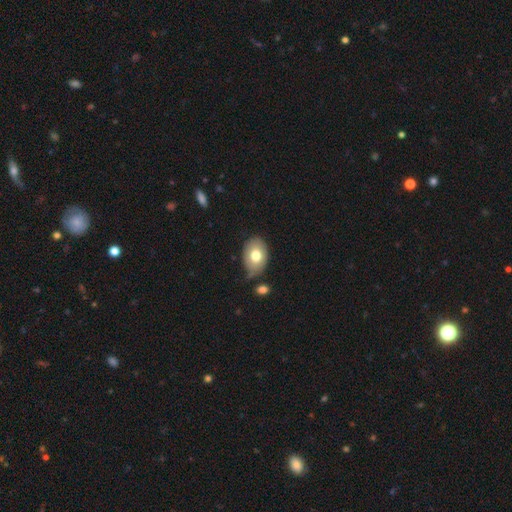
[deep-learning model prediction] smooth_or_featured: smooth (p=0.74) [alt: featured or disk p=0.19]
how_rounded: in between (p=0.80) [alt: round p=0.19]
merging: none (p=0.68) [alt: minor disturbance p=0.22]